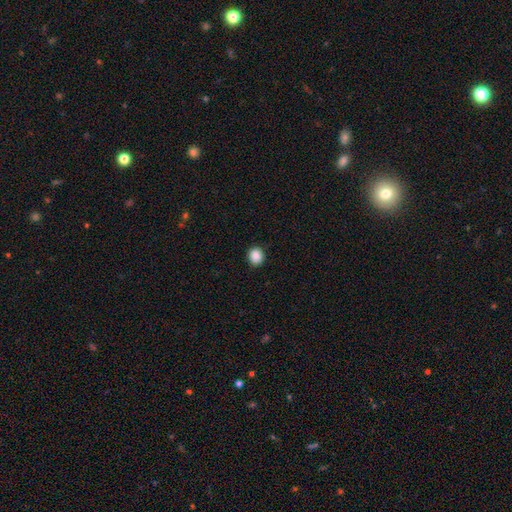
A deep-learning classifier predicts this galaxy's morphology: Smooth or featured: smooth — 89% (star or artifact — 9%)
How rounded: round — 73% (in between — 26%)
Merging: none — 90% (minor disturbance — 7%)